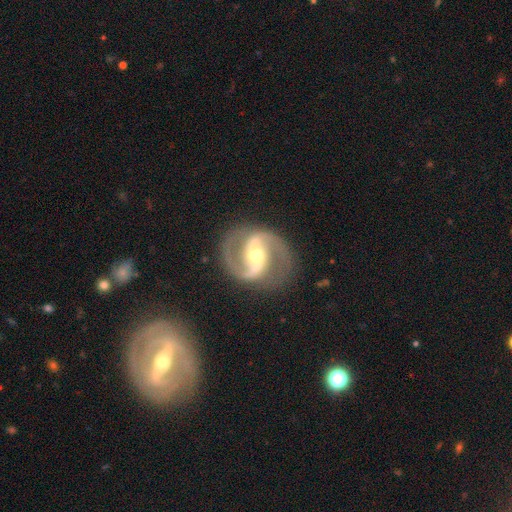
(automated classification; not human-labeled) smooth-or-featured: featured or disk: 92% | star or artifact: 4% | smooth: 3%
  disk-edge-on: no: 98% | yes: 2%
    bar: strong: 46% | weak: 34% | no: 20%
    has-spiral-arms: yes: 98% | no: 2%
      spiral-winding: medium: 62% | loose: 21% | tight: 17%
      spiral-arm-count: 2: 94% | can't tell: 1% | 1: 1% | 3: 1% | 4: 1% | more than 4: 1%
    bulge-size: moderate: 66% | small: 28% | large: 4% | none: 1% | dominant: 1%
  merging: none: 85% | minor disturbance: 10% | major disturbance: 4% | merger: 1%